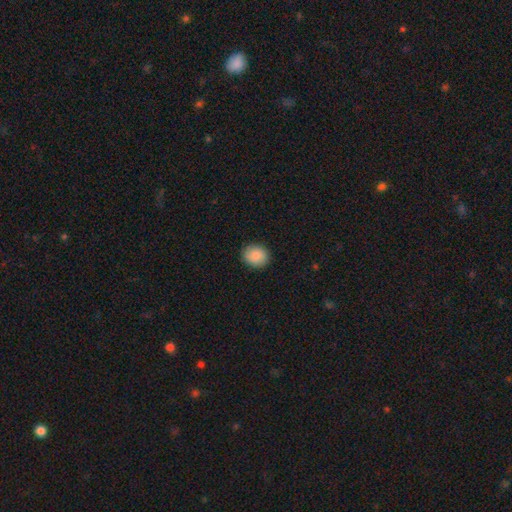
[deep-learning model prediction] Morphology: type=smooth (88%); roundness=round (72%); merging=none (89%).